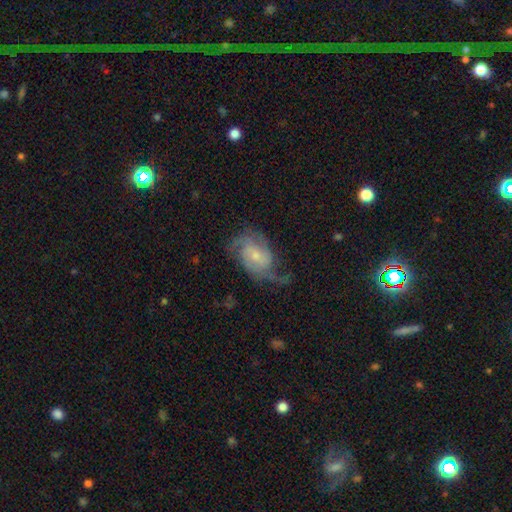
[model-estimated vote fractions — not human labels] This appears to be a featured or disk galaxy (82%) with no bar (59%), 2 (49%) medium (47%) spiral arms (95%) and a small central bulge (62%). Merging: none (55%).